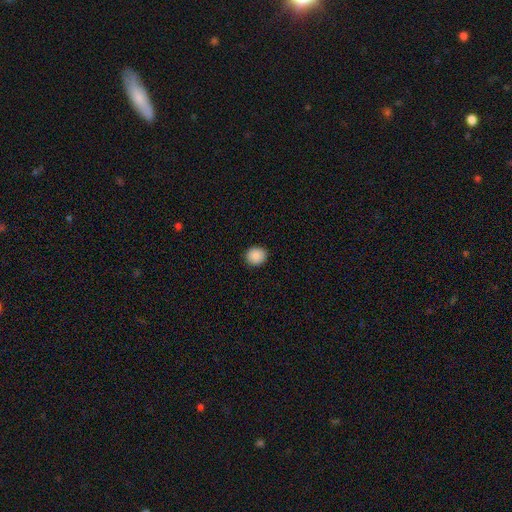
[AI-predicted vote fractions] A smooth galaxy with no disk features (89%) that is round (89%). Merging: none (92%).